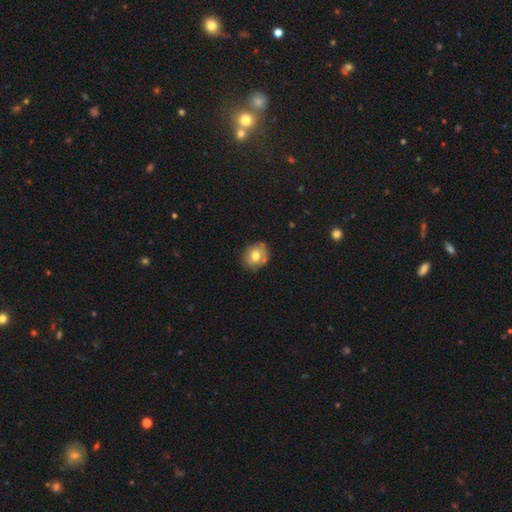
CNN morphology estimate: Overall: smooth (72%). How rounded: round (67%; in between 32%). Merging: none (76%).